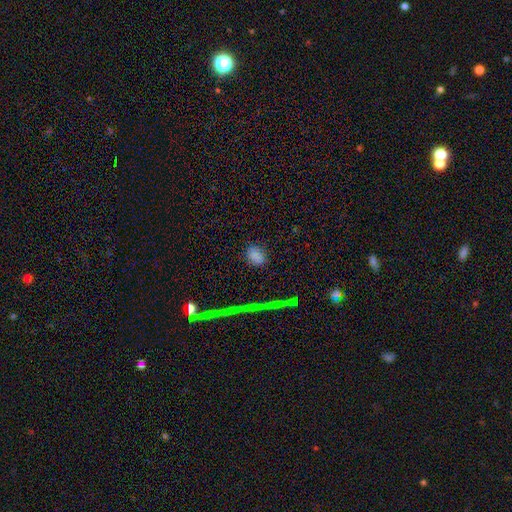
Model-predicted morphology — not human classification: Smooth or featured?
  - smooth: 79% *
  - star or artifact: 15%
  - featured or disk: 6%
How rounded?
  - in between: 73% *
  - round: 25%
  - cigar-shaped: 2%
Merging?
  - none: 80% *
  - minor disturbance: 14%
  - major disturbance: 4%
  - merger: 2%